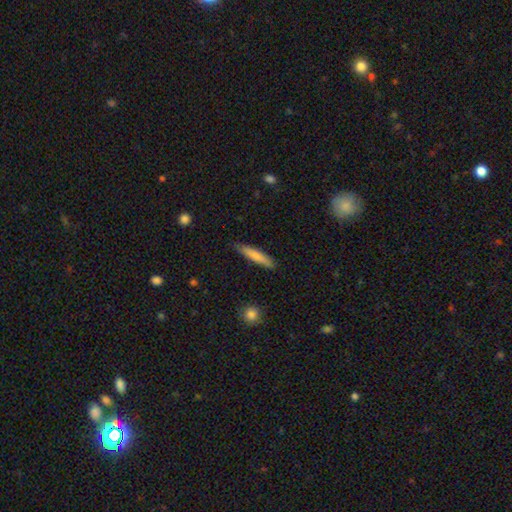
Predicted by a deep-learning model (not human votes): Overall: smooth (74%). How rounded: cigar-shaped (89%). Merging: none (86%).